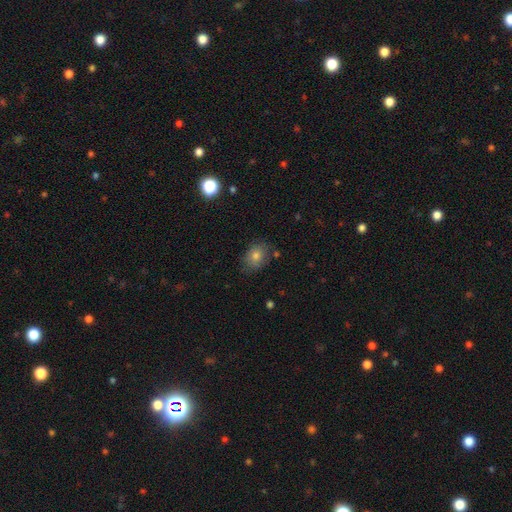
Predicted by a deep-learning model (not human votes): The model was most divided on "how rounded": in between: 57%, round: 42%, cigar-shaped: 1%. More confident: merging — none (79%); smooth or featured — smooth (77%).